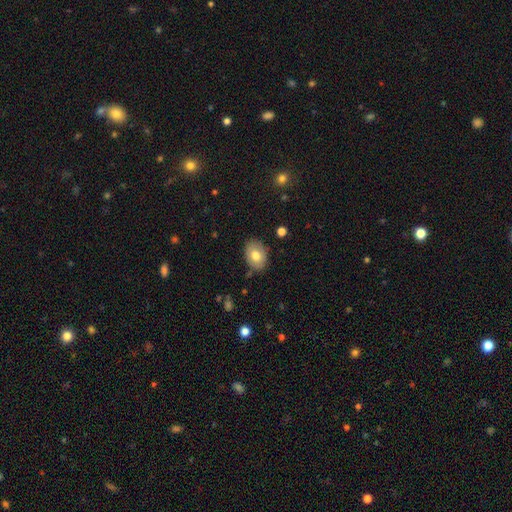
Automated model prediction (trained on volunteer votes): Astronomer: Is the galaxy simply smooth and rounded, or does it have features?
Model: smooth — 76%.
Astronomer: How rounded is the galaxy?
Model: in between — 70%.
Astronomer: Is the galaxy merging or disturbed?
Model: none — 81%.